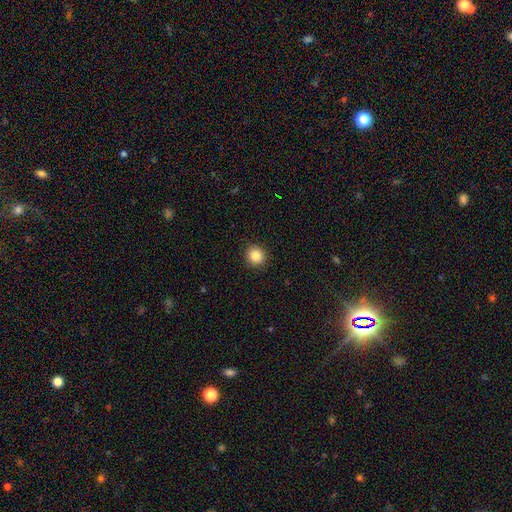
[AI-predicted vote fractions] Q: Smooth or featured?
A: smooth (87%); runner-up: star or artifact (9%)
Q: How rounded?
A: round (89%); runner-up: in between (10%)
Q: Merging?
A: none (92%); runner-up: minor disturbance (5%)